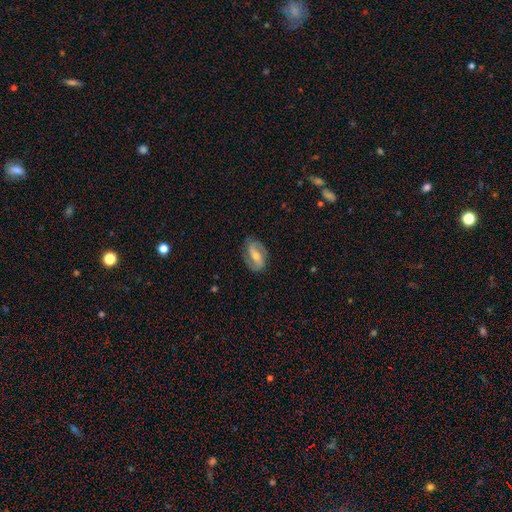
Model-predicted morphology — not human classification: The model was most divided on "bar": strong: 43%, weak: 36%, no: 21%. Remaining: edge-on disk — no (94%); spiral arms — yes (88%); spiral arm count — 2 (88%); merging — none (82%); smooth or featured — featured or disk (76%); bulge size — moderate (56%); spiral winding — medium (42%).